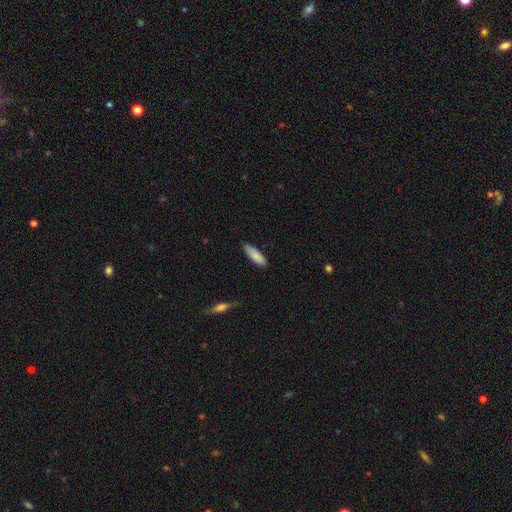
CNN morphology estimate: Q: Smooth or featured?
A: smooth (85%); runner-up: featured or disk (9%)
Q: How rounded?
A: in between (50%); runner-up: cigar-shaped (48%)
Q: Merging?
A: none (84%); runner-up: minor disturbance (13%)